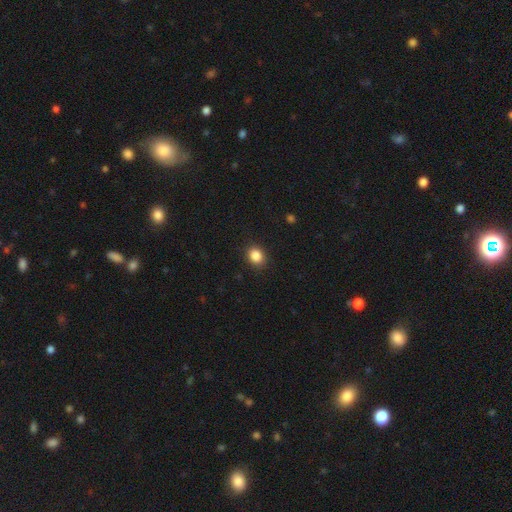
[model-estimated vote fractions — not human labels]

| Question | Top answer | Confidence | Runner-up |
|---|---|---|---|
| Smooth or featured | smooth | 86% | star or artifact (10%) |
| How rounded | round | 59% | in between (40%) |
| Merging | none | 89% | minor disturbance (7%) |